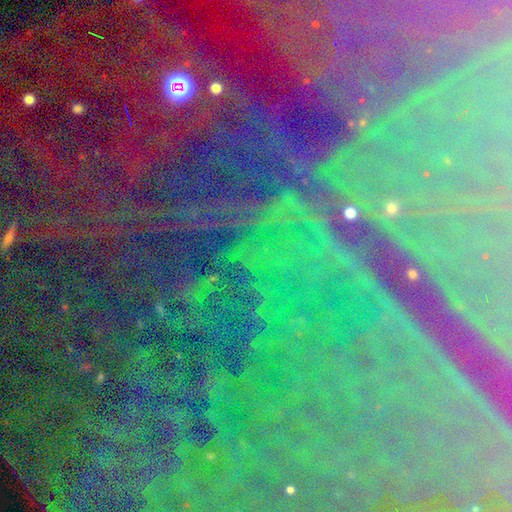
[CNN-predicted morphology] A star or artifact, not a galaxy (87%).